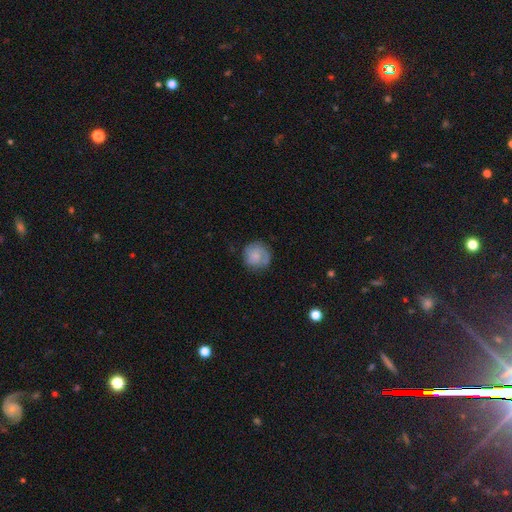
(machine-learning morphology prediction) Smooth or featured? smooth (59%)
How rounded? round (89%)
Merging? none (72%)